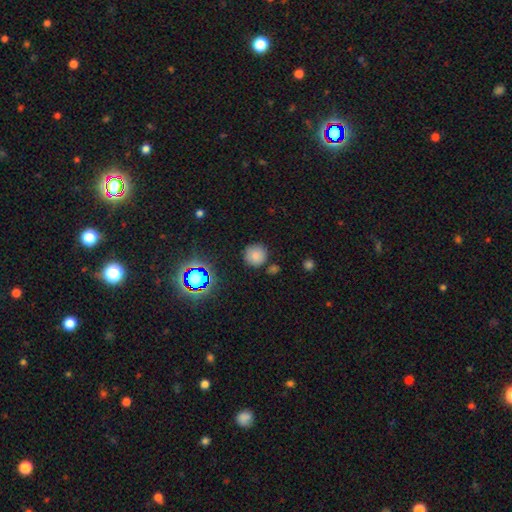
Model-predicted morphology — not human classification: This appears to be a smooth galaxy with no disk features (77%) that is round (95%). Merging: none (83%).